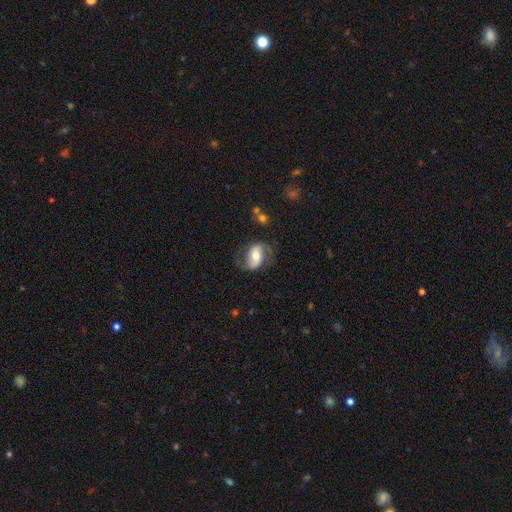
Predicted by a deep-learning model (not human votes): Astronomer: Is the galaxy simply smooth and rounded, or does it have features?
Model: featured or disk — 65%.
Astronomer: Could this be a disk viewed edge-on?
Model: no — 95%.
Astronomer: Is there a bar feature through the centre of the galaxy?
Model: no — 39% (runner-up: weak, 32%).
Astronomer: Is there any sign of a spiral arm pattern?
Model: yes — 88%.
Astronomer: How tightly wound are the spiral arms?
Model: loose — 55% (runner-up: medium, 33%).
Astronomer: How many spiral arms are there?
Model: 2 — 89%.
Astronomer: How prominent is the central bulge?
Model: moderate — 62%.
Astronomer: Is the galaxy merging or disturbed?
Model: none — 68%.